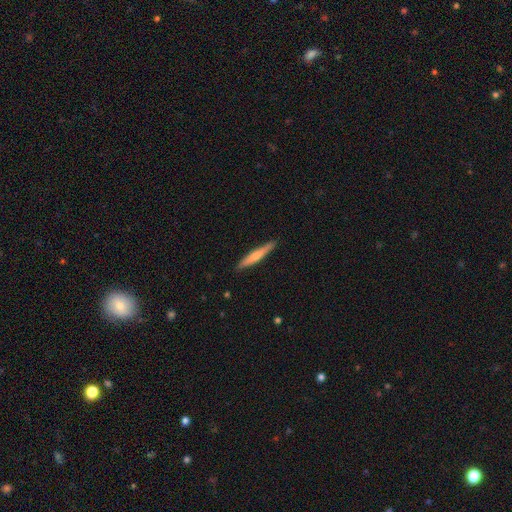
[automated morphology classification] Smooth or featured: smooth — 57% (featured or disk — 38%)
How rounded: cigar-shaped — 94% (in between — 5%)
Merging: none — 90% (minor disturbance — 8%)